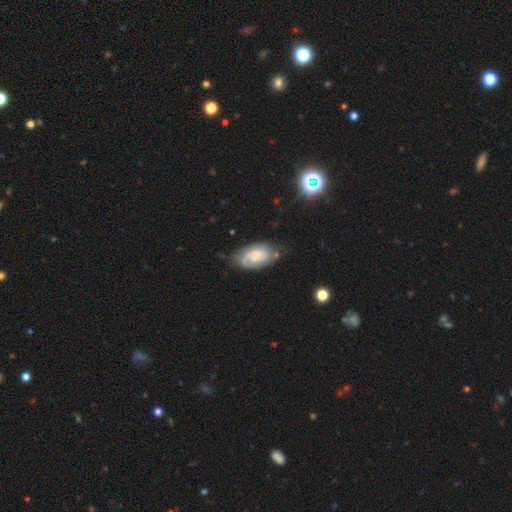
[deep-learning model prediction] Smooth or featured? Predicted: smooth (p=0.47). Merging? Predicted: none (p=0.56).